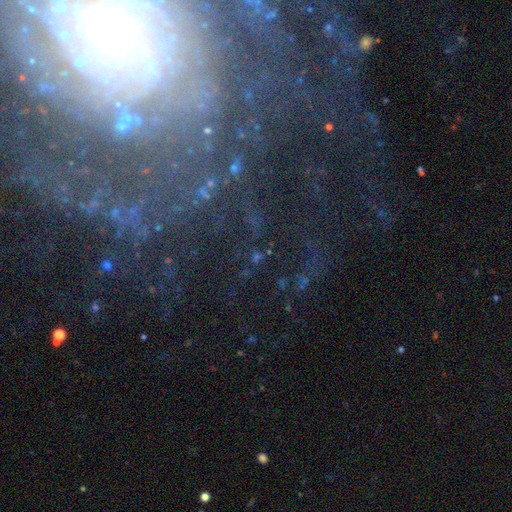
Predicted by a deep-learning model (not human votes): Smooth or featured? Predicted: star or artifact (p=0.52).